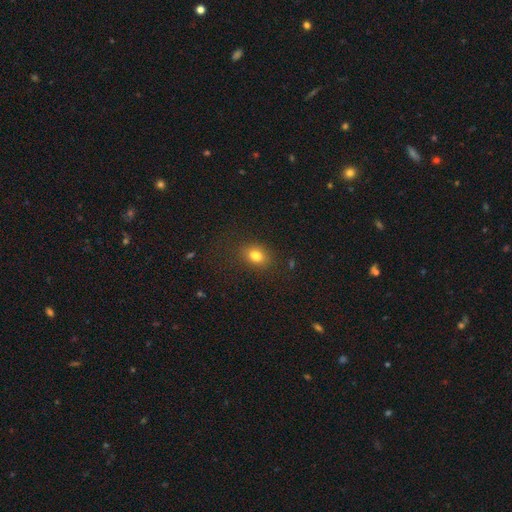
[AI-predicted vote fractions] A smooth galaxy with no disk features (80%) that is in between round and cigar-shaped (66%). Merging: none (79%).